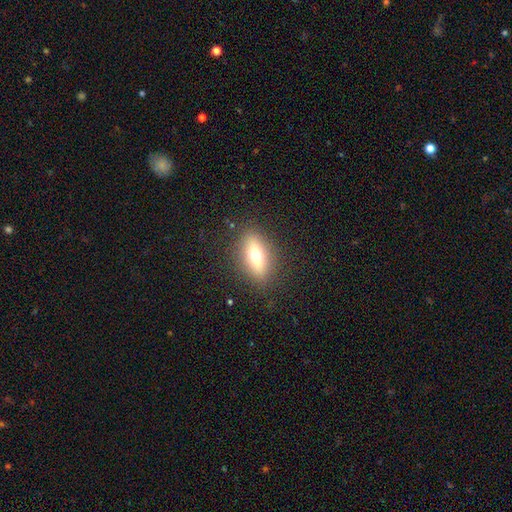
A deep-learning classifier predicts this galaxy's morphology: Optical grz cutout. It shows a smooth galaxy with no disk features (57%) that is in between round and cigar-shaped (69%). Merging: none (86%).